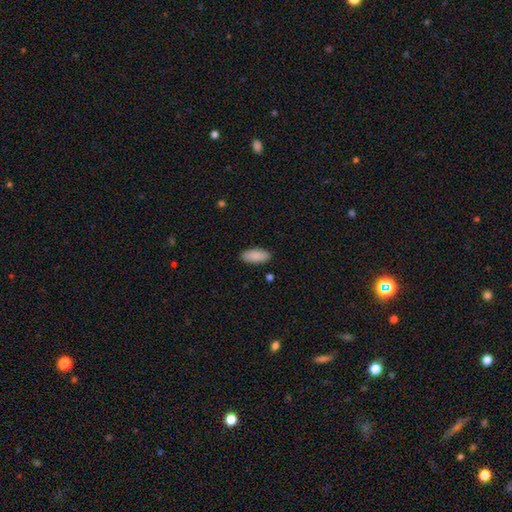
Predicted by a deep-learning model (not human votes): Morphology: type=smooth (89%); roundness=in between (89%); merging=none (89%).